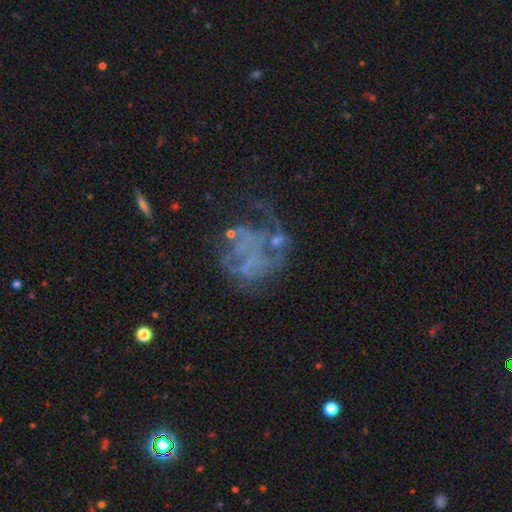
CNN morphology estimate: smooth_or_featured: featured or disk (p=0.60) [alt: star or artifact p=0.23]
disk_edge_on: no (p=0.98) [alt: yes p=0.02]
bar: no (p=0.87) [alt: weak p=0.09]
has_spiral_arms: no (p=0.68) [alt: yes p=0.32]
bulge_size: none (p=0.81) [alt: small p=0.11]
merging: major disturbance (p=0.39) [alt: none p=0.38]